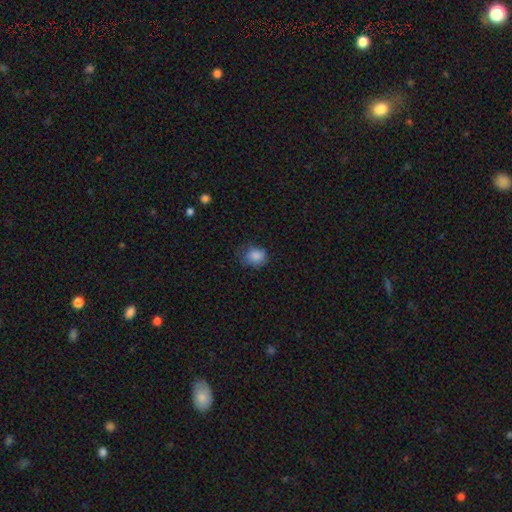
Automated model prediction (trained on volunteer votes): Smooth or featured: smooth — 84% (star or artifact — 9%)
How rounded: round — 53% (in between — 46%)
Merging: none — 59% (minor disturbance — 29%)